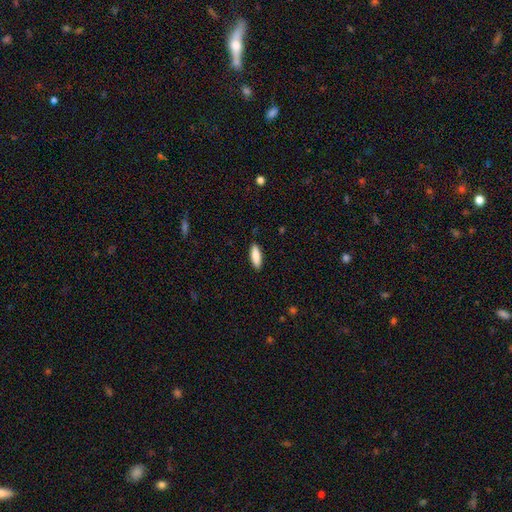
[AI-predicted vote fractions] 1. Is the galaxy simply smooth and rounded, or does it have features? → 85% smooth, 9% featured or disk, 6% star or artifact.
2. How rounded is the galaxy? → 55% in between, 43% cigar-shaped, 2% round.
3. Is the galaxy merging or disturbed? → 89% none, 9% minor disturbance, 2% major disturbance, 1% merger.